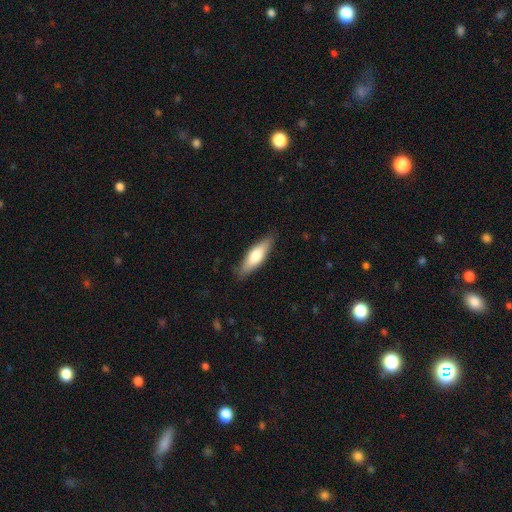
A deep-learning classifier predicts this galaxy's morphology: Q: Smooth or featured?
A: smooth (65%); runner-up: featured or disk (29%)
Q: How rounded?
A: cigar-shaped (54%); runner-up: in between (44%)
Q: Merging?
A: none (85%); runner-up: minor disturbance (11%)